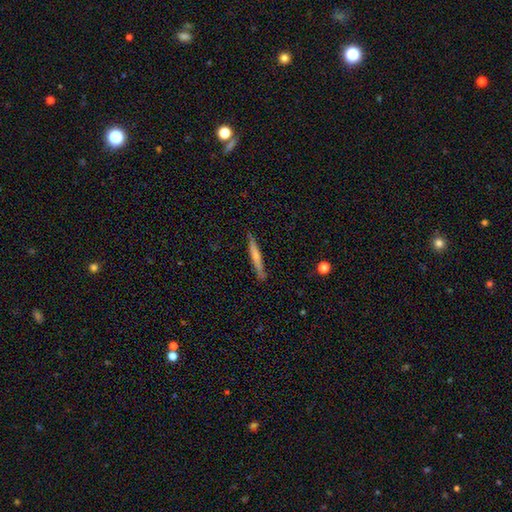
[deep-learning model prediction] Smooth or featured? smooth (56%)
How rounded? cigar-shaped (96%)
Merging? none (87%)